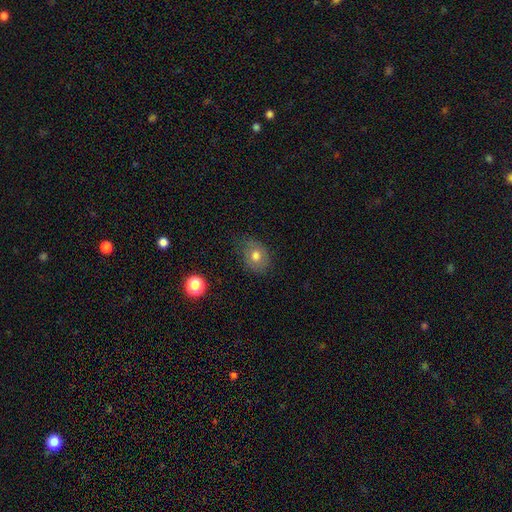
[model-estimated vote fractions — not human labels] Q: Smooth or featured?
A: smooth (72%); runner-up: featured or disk (17%)
Q: How rounded?
A: in between (52%); runner-up: round (47%)
Q: Merging?
A: none (68%); runner-up: minor disturbance (24%)